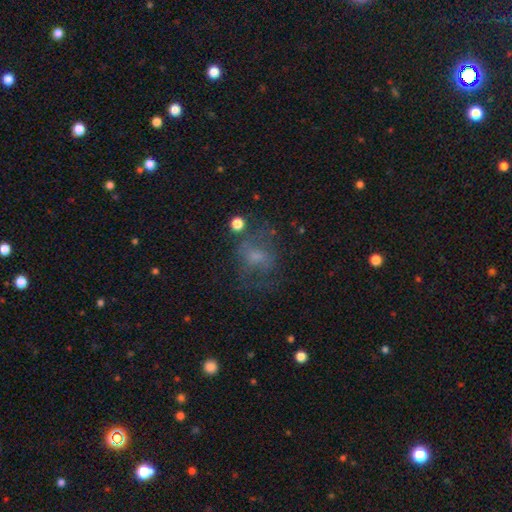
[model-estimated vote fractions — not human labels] This appears to be a smooth galaxy with no disk features (46%). Merging: none (47%).